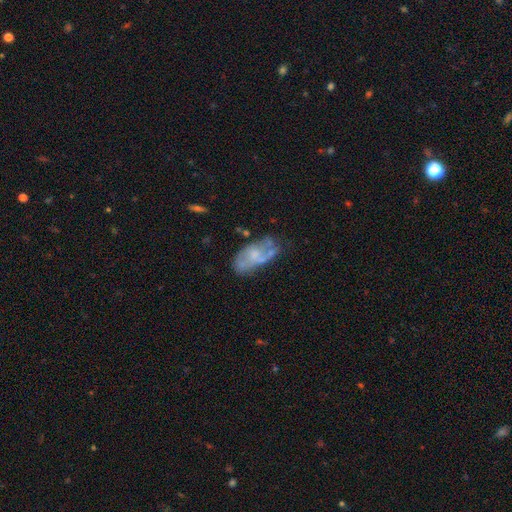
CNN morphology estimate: A featured or disk galaxy (56%) with no bar (80%), no spiral arms (63%) and no central bulge (35%).

Vote fractions:
- Smooth or featured? featured or disk: 56% / smooth: 35% / star or artifact: 9%
- Edge-on disk? no: 94% / yes: 6%
- Bar? no: 80% / weak: 17% / strong: 3%
- Spiral arms? no: 63% / yes: 37%
- Bulge size? none: 35% / small: 33% / moderate: 27% / large: 4% / dominant: 1%
- Merging? none: 46% / minor disturbance: 26% / major disturbance: 17% / merger: 11%